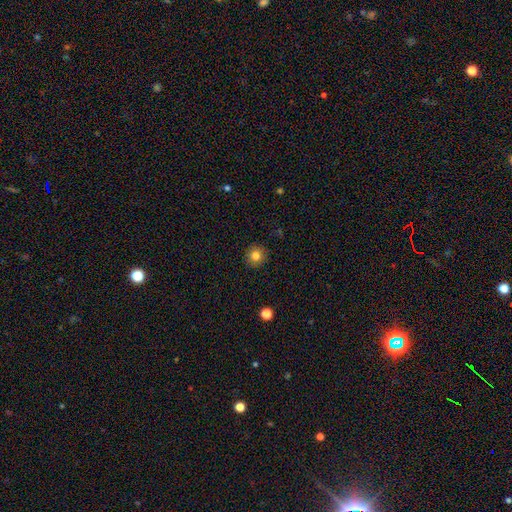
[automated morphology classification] smooth-or-featured: smooth: 81% | star or artifact: 11% | featured or disk: 7%
  how-rounded: round: 94% | in between: 5% | cigar-shaped: 1%
  merging: none: 91% | minor disturbance: 6% | major disturbance: 2% | merger: 1%